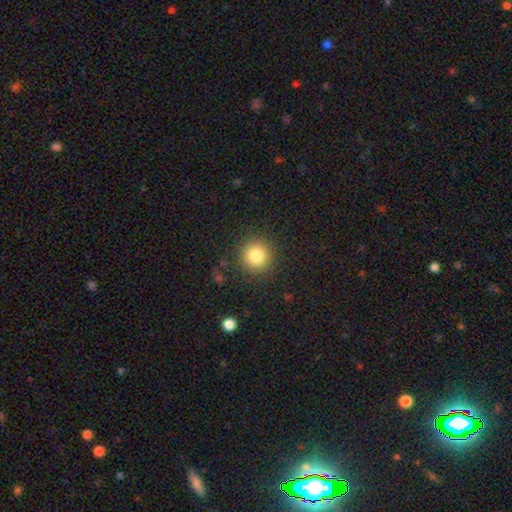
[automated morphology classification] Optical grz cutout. It shows a smooth galaxy with no disk features (82%) that is round (93%). Merging: none (89%).